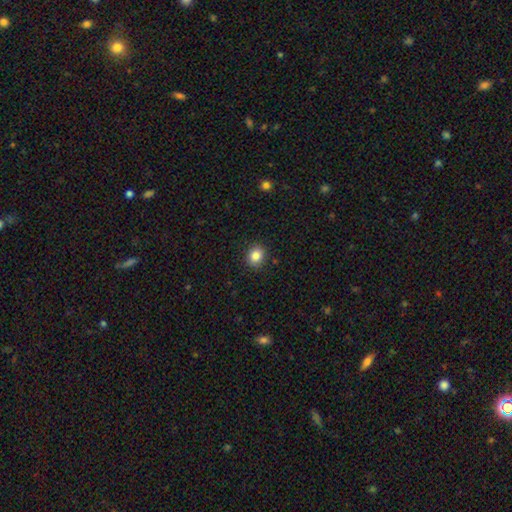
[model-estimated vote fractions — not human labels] Q: Smooth or featured?
A: smooth (85%); runner-up: star or artifact (10%)
Q: How rounded?
A: round (68%); runner-up: in between (31%)
Q: Merging?
A: none (90%); runner-up: minor disturbance (7%)